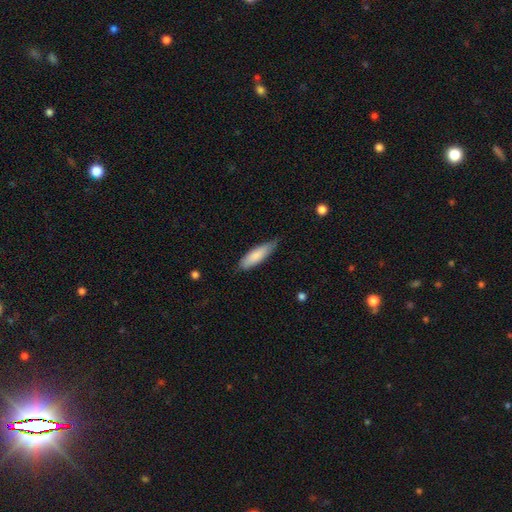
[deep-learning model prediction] This appears to be a smooth galaxy with no disk features (80%) that is cigar-shaped (55%). Merging: none (72%).